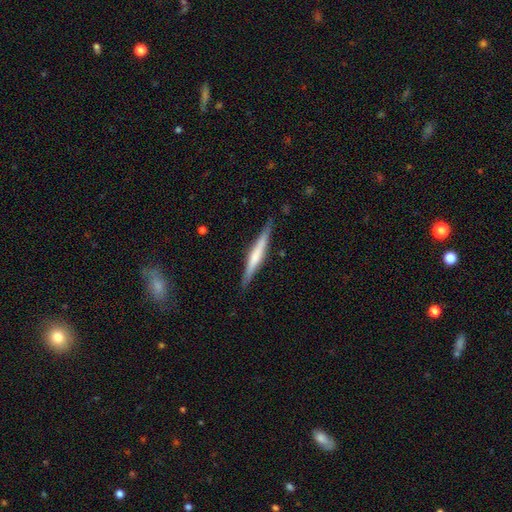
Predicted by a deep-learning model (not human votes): Overall: featured or disk (59%; smooth 36%). Edge-on disk: yes (97%). Edge-on bulge: rounded (46%; none 31%). Merging: none (88%).